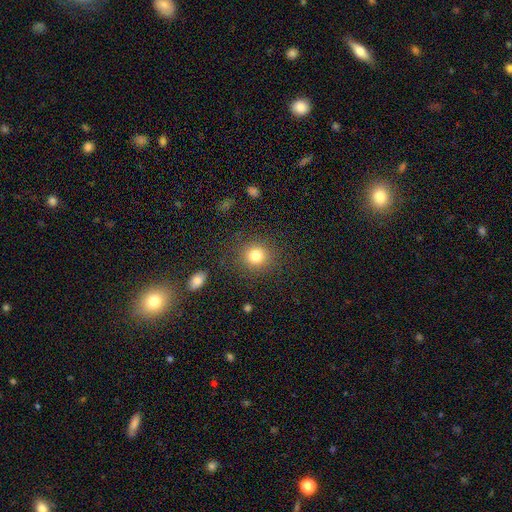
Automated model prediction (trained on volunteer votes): A smooth galaxy with no disk features (81%) that is round (88%). Merging: none (86%).